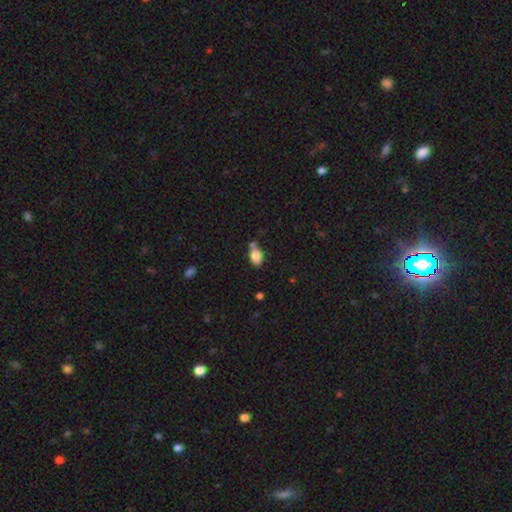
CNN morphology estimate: Smooth or featured?
  - smooth: 83% *
  - star or artifact: 9%
  - featured or disk: 8%
How rounded?
  - in between: 84% *
  - round: 14%
  - cigar-shaped: 2%
Merging?
  - none: 54% *
  - minor disturbance: 21%
  - merger: 20%
  - major disturbance: 5%